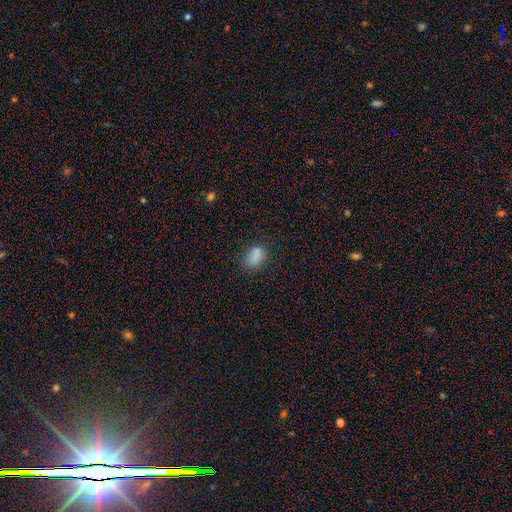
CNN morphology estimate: A smooth galaxy with no disk features (81%) that is in between round and cigar-shaped (78%). Merging: none (65%).